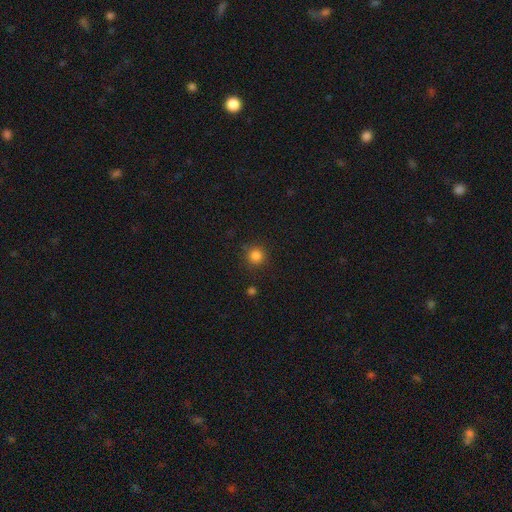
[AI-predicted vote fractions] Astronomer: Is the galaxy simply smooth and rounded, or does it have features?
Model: smooth — 83%.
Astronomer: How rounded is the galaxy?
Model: round — 94%.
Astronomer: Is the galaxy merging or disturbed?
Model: none — 87%.